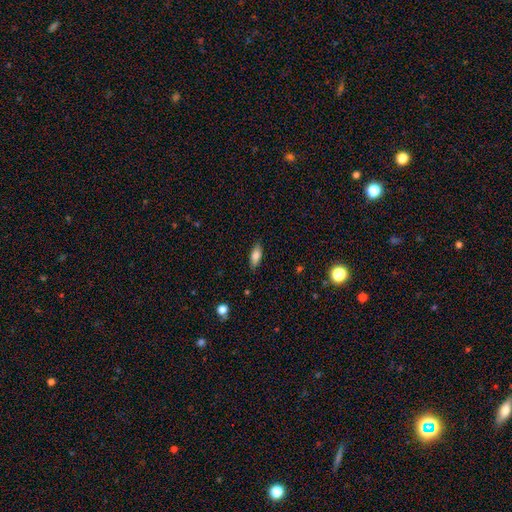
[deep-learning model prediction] This is clearly a smooth galaxy (81%). How rounded: likely in between (78%). Merging: clearly none (86%).